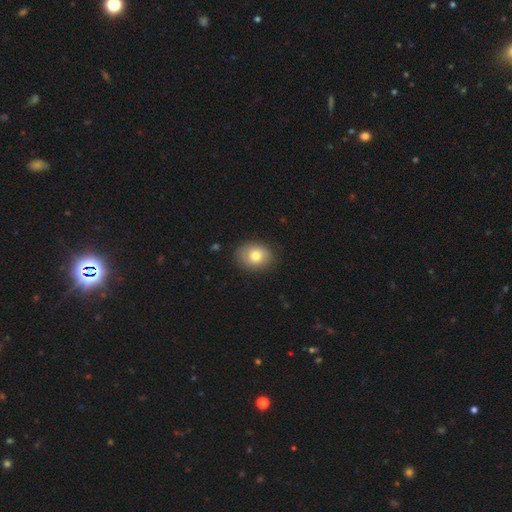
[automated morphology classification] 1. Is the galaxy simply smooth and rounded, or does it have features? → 78% smooth, 14% featured or disk, 8% star or artifact.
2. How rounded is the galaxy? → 51% in between, 48% round, 1% cigar-shaped.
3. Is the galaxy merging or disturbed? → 85% none, 11% minor disturbance, 3% major disturbance, 1% merger.